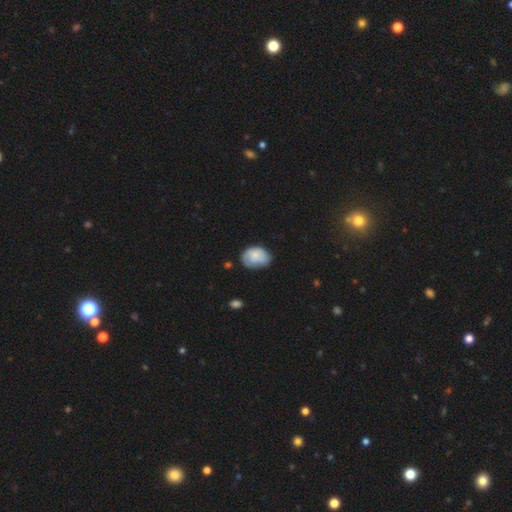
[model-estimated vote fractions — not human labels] A smooth galaxy with no disk features (68%) that is in between round and cigar-shaped (74%). Merging: none (53%).